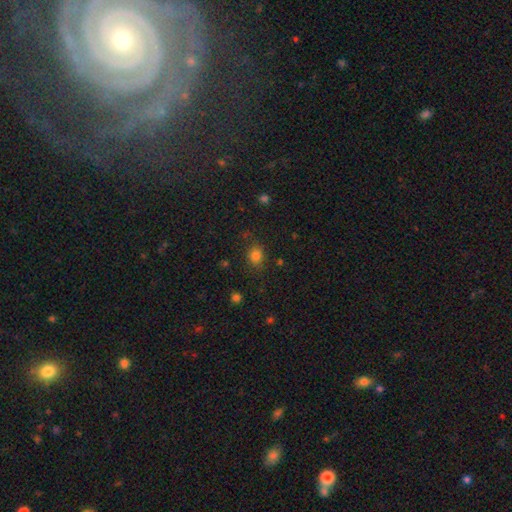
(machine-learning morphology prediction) This is likely a smooth galaxy (80%). How rounded: likely round (62%). Merging: likely none (80%).